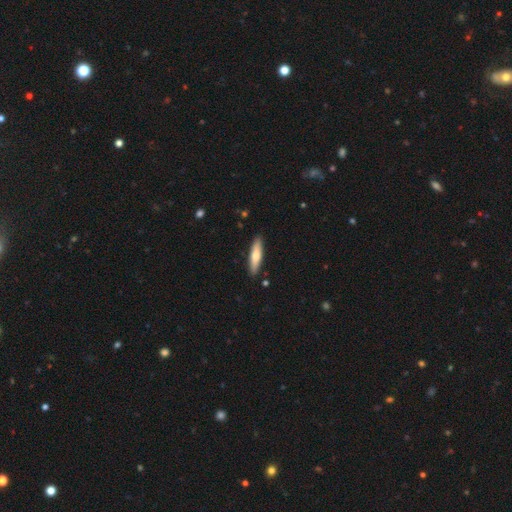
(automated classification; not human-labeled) smooth-or-featured: smooth: 66% | featured or disk: 29% | star or artifact: 5%
  how-rounded: cigar-shaped: 75% | in between: 24% | round: 1%
  merging: none: 89% | minor disturbance: 8% | major disturbance: 2% | merger: 1%